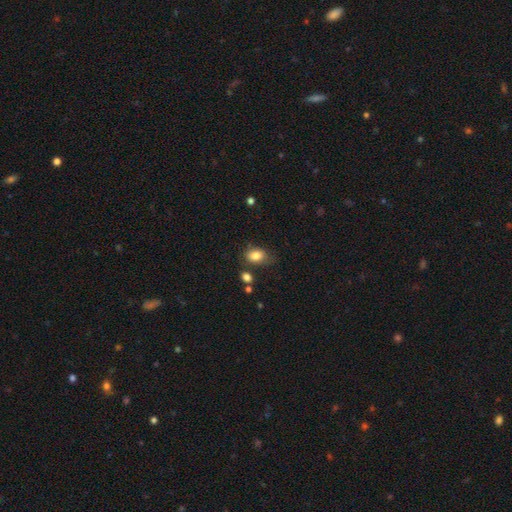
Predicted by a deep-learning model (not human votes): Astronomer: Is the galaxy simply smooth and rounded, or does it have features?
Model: smooth — 82%.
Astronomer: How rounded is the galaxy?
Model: in between — 74%.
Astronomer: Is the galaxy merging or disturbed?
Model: none — 62%.